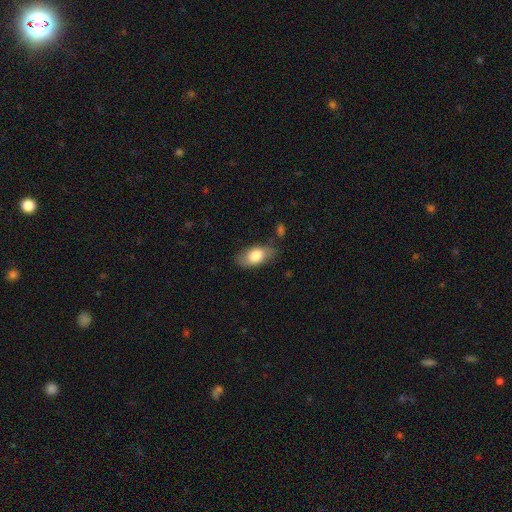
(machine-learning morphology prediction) This appears to be a smooth galaxy with no disk features (75%) that is in between round and cigar-shaped (90%). Merging: none (75%).